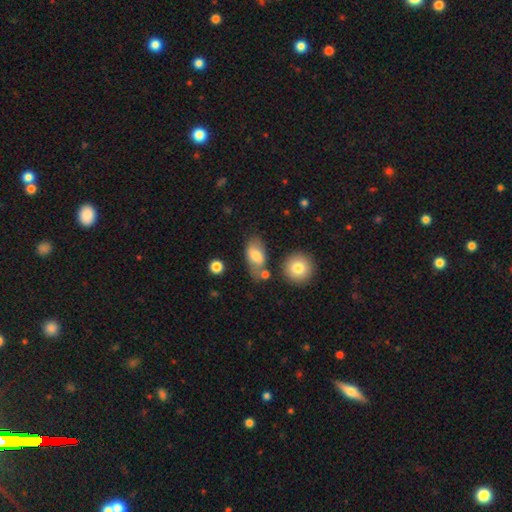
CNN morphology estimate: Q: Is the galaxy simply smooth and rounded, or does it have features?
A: smooth — 73%.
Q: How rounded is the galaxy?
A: in between — 87%.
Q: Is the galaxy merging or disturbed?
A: none — 59%.